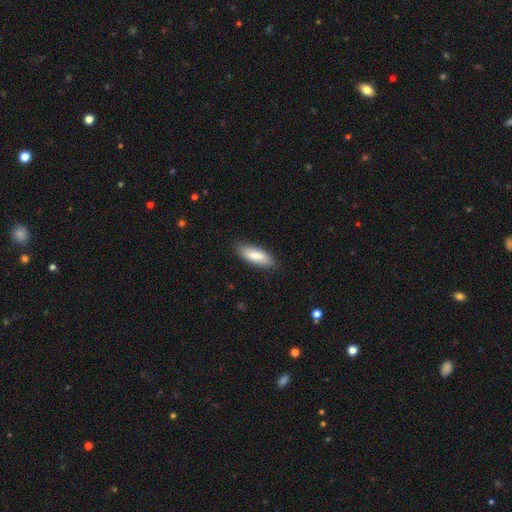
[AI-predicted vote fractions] Q: Smooth or featured?
A: smooth (81%); runner-up: featured or disk (13%)
Q: How rounded?
A: in between (65%); runner-up: cigar-shaped (33%)
Q: Merging?
A: none (85%); runner-up: minor disturbance (12%)